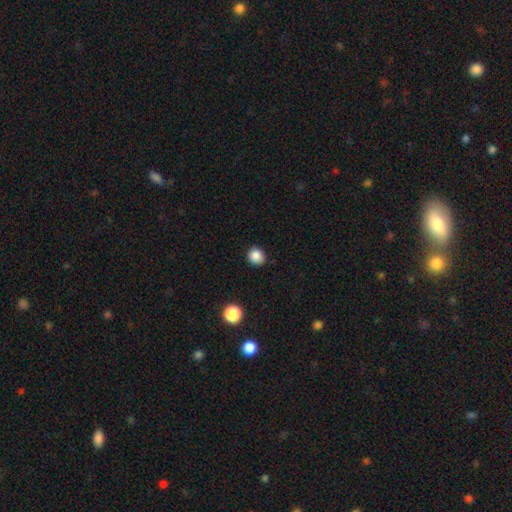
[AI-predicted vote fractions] Smooth or featured? smooth (86%)
How rounded? round (86%)
Merging? none (88%)